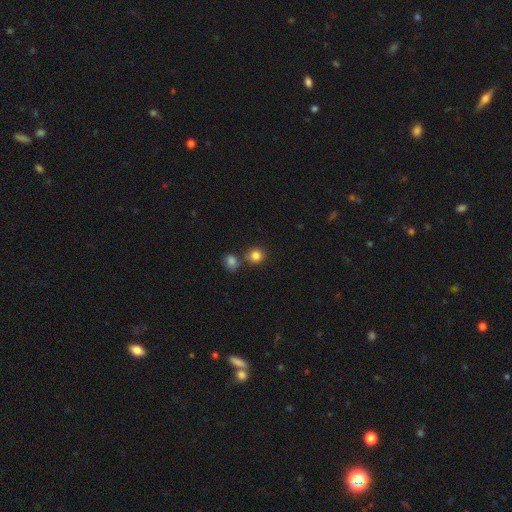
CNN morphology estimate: Smooth or featured? smooth (83%)
How rounded? round (89%)
Merging? none (71%)